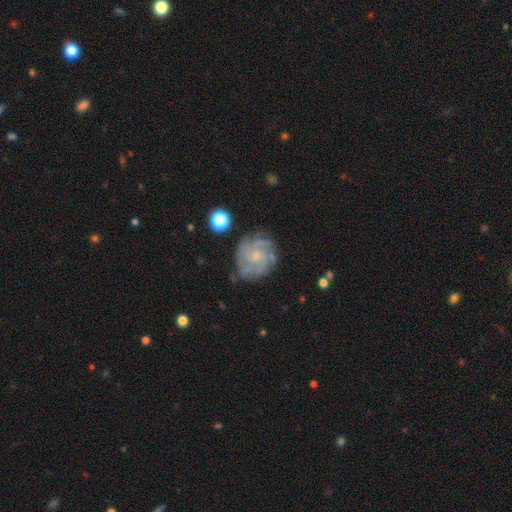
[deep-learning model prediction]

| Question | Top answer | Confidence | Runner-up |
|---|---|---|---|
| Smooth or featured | featured or disk | 77% | smooth (15%) |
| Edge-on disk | no | 98% | yes (2%) |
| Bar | no | 74% | weak (23%) |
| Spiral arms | yes | 91% | no (9%) |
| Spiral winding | tight | 56% | medium (34%) |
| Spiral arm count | can't tell | 33% | 3 (22%) |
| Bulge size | small | 72% | moderate (18%) |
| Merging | none | 71% | minor disturbance (19%) |